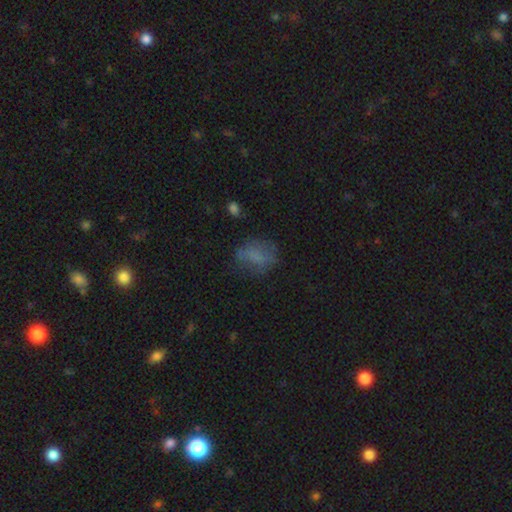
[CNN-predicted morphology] type=smooth (65%); roundness=in between (66%); merging=none (57%).